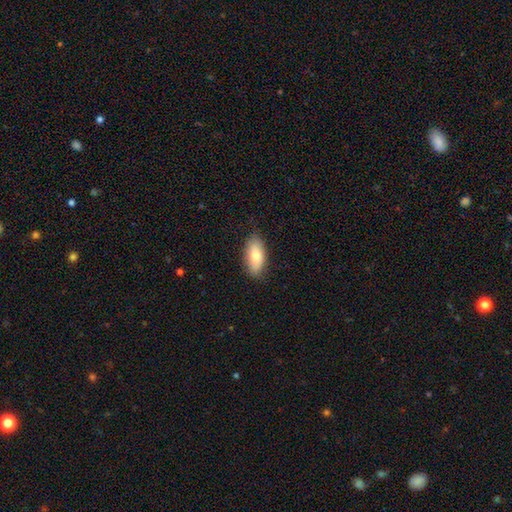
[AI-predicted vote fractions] Smooth or featured: smooth — 79% (featured or disk — 15%)
How rounded: in between — 89% (cigar-shaped — 8%)
Merging: none — 83% (minor disturbance — 13%)